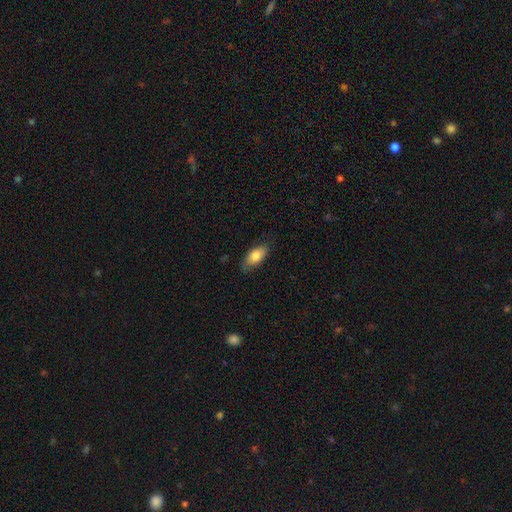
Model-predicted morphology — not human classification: Overall: smooth (77%). How rounded: in between (88%). Merging: none (79%).